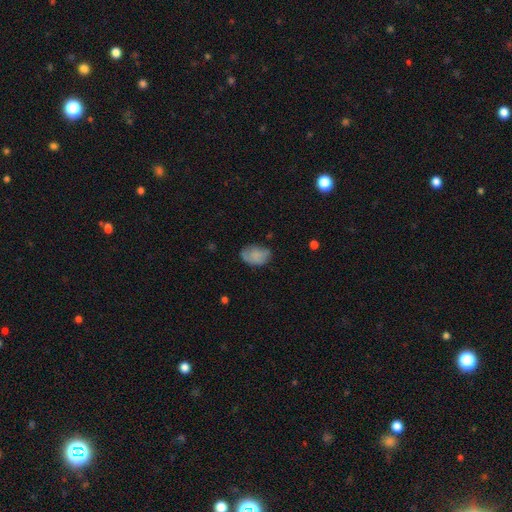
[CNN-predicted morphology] type=smooth (76%); roundness=in between (84%); merging=none (61%).